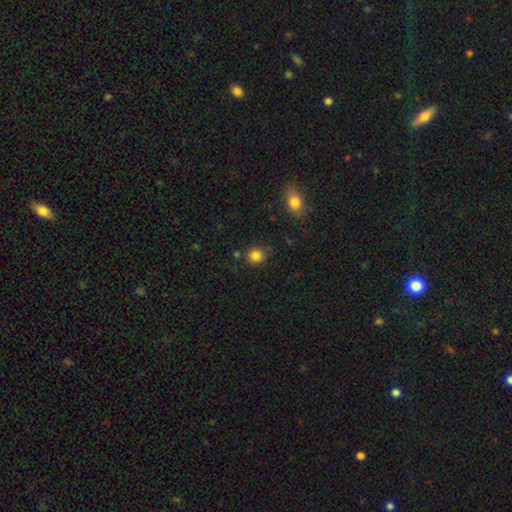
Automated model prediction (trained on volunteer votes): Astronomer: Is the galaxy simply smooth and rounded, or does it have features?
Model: smooth — 85%.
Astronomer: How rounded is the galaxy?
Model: round — 86%.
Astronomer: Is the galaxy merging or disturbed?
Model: none — 82%.